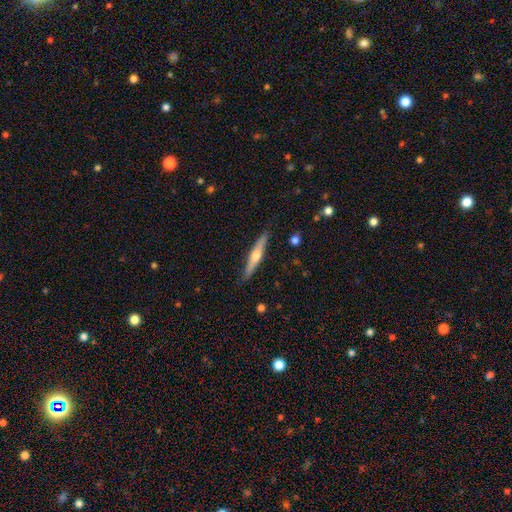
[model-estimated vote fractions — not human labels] This is likely a featured or disk galaxy (61%). It is clearly viewed edge-on (96%). Edge-on bulge: clearly rounded (91%). Merging: clearly none (87%).